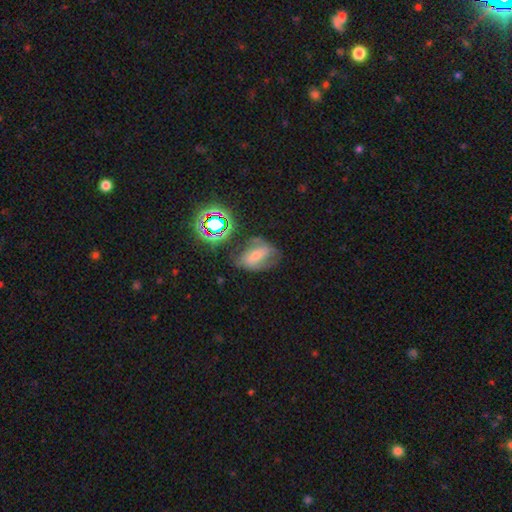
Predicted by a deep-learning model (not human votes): Morphology: type=featured or disk (48%); merging=none (59%).